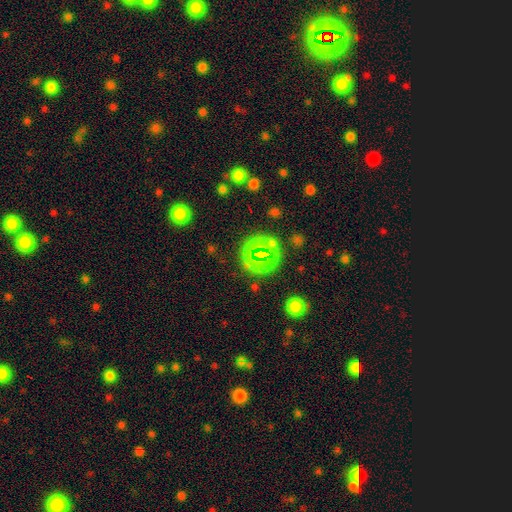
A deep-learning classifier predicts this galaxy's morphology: star or artifact 65%, smooth 25%, featured or disk 9%.